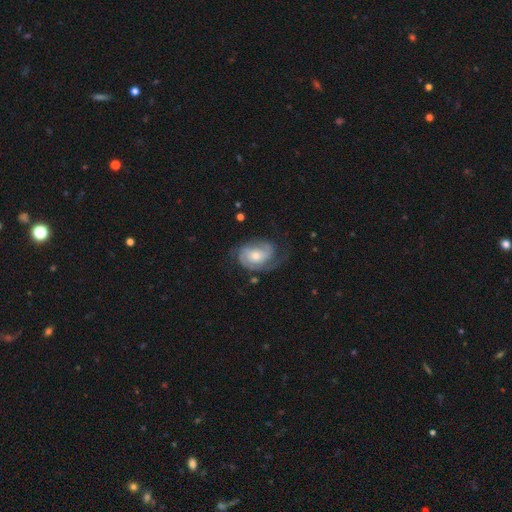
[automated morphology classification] This appears to be a featured or disk galaxy (78%) with no bar (69%), 2 (49%) tight (48%) spiral arms (93%) and a moderate central bulge (56%). Merging: none (56%).